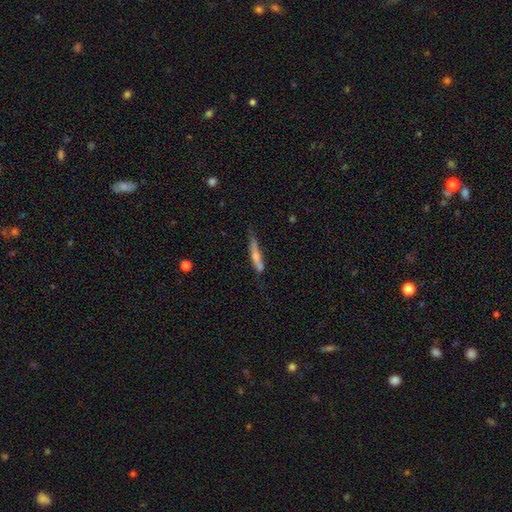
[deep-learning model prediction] This is possibly a smooth galaxy (54%). How rounded: clearly cigar-shaped (89%). Merging: possibly none (54%).